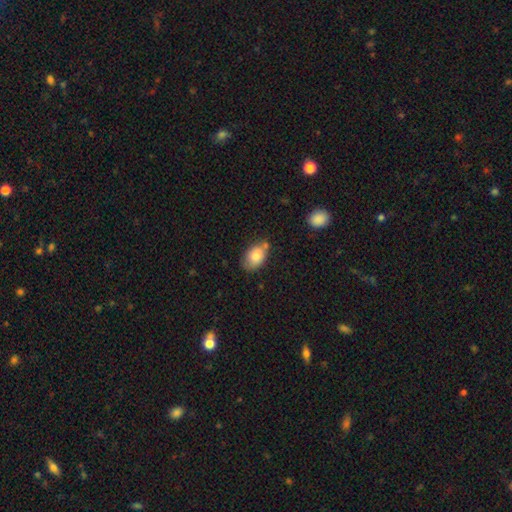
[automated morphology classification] smooth_or_featured: smooth (p=0.82) [alt: featured or disk p=0.10]
how_rounded: in between (p=0.85) [alt: round p=0.13]
merging: none (p=0.59) [alt: minor disturbance p=0.25]